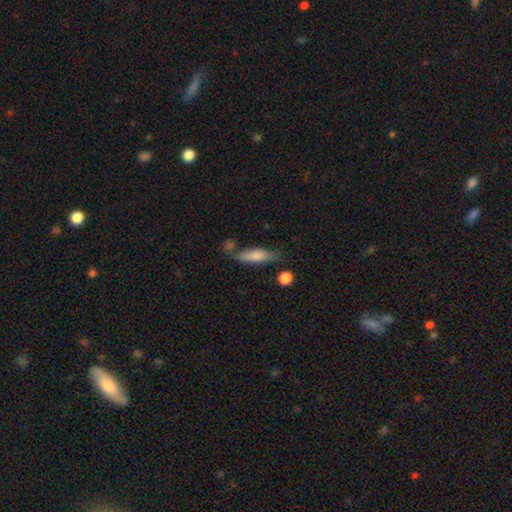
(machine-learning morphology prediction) smooth-or-featured: smooth: 73% | featured or disk: 20% | star or artifact: 7%
  how-rounded: cigar-shaped: 51% | in between: 46% | round: 3%
  merging: none: 58% | minor disturbance: 22% | merger: 12% | major disturbance: 8%